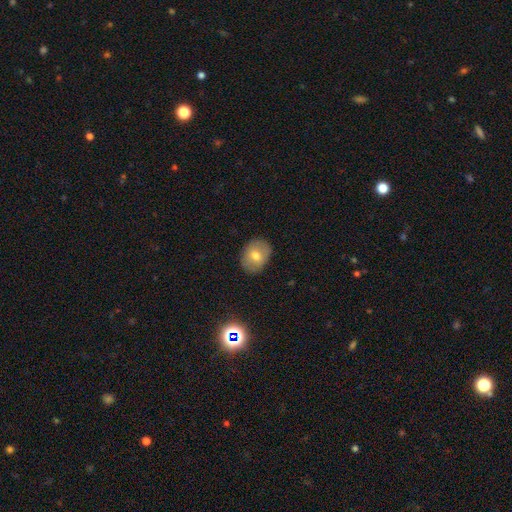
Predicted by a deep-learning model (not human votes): The model was most divided on "how rounded": in between: 57%, round: 42%, cigar-shaped: 1%. More confident: merging — none (85%); smooth or featured — smooth (67%).